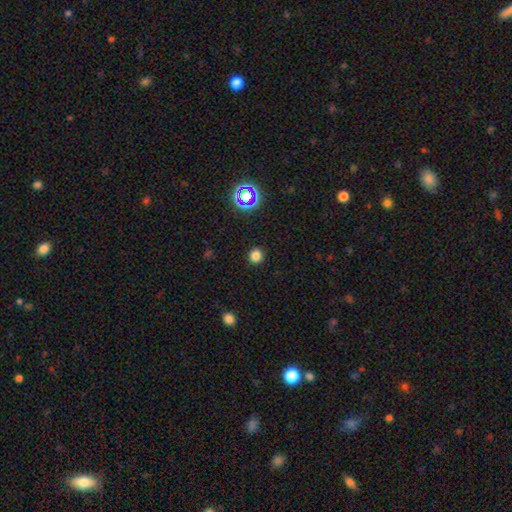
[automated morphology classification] Smooth or featured? Predicted: smooth (p=0.79). How rounded? Predicted: round (p=0.92). Merging? Predicted: none (p=0.91).